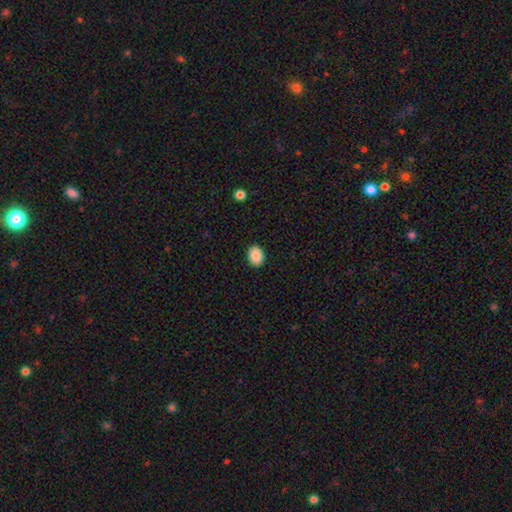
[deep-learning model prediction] Morphology: type=smooth (88%); roundness=in between (67%); merging=none (91%).